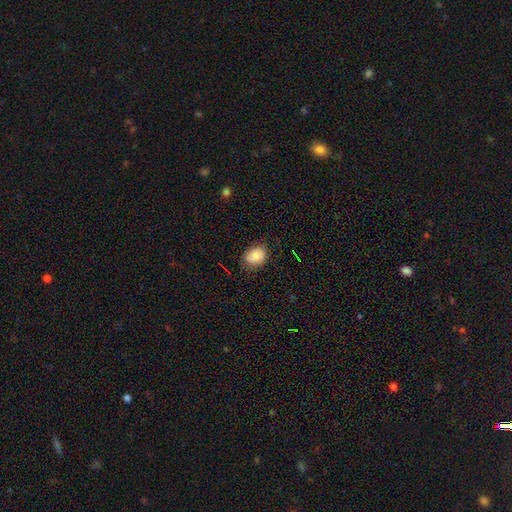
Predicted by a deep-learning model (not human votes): Smooth or featured? Predicted: smooth (p=0.82). How rounded? Predicted: in between (p=0.61). Merging? Predicted: none (p=0.76).